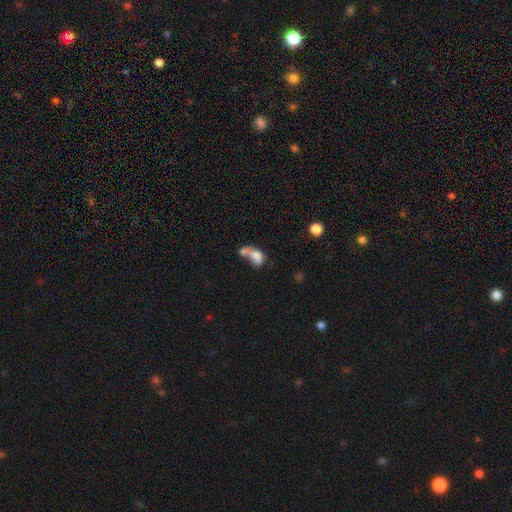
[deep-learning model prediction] Q: Smooth or featured?
A: smooth (71%); runner-up: featured or disk (19%)
Q: How rounded?
A: in between (77%); runner-up: round (21%)
Q: Merging?
A: merger (63%); runner-up: none (14%)